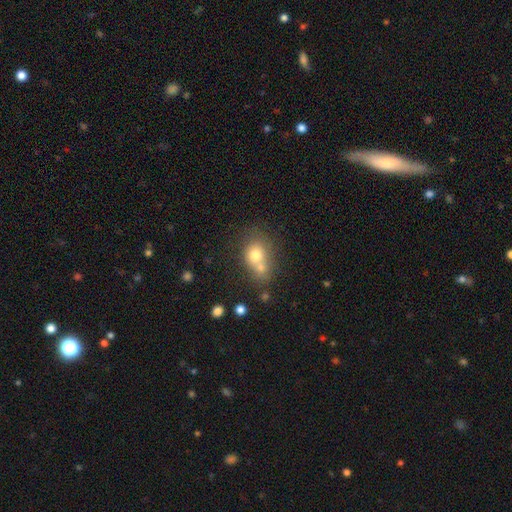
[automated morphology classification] A smooth galaxy with no disk features (69%) that is round (53%). Merging: merger (52%).